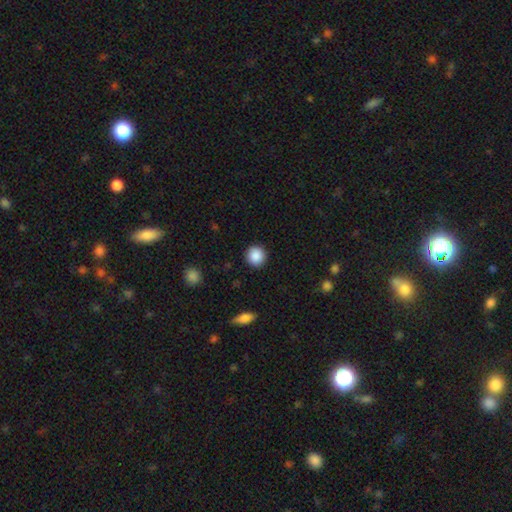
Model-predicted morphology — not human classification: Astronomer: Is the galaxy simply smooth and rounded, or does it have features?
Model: smooth — 88%.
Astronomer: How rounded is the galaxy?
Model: round — 93%.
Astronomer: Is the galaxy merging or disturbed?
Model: none — 92%.